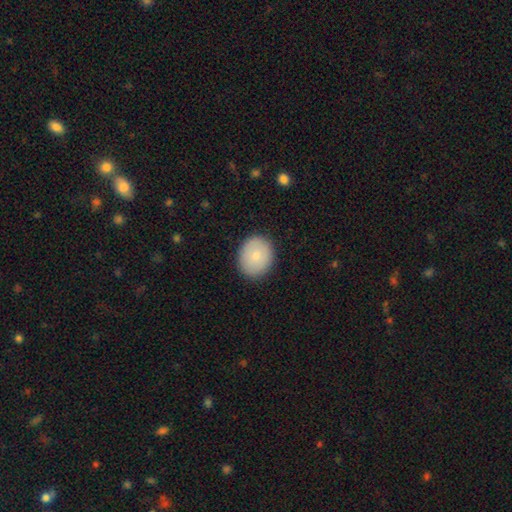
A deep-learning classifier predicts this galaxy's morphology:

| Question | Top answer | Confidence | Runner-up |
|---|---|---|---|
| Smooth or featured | smooth | 79% | featured or disk (14%) |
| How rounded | round | 62% | in between (37%) |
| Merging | none | 88% | minor disturbance (9%) |